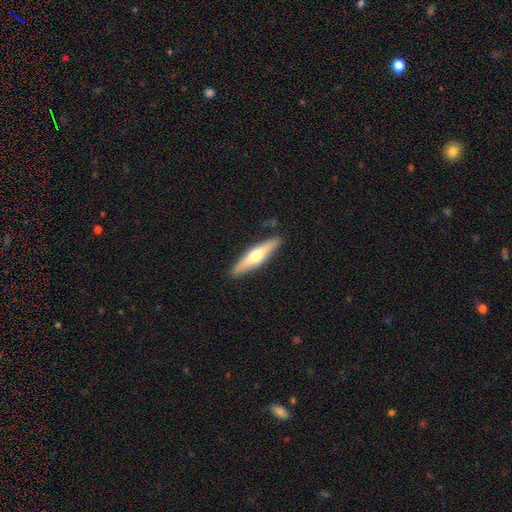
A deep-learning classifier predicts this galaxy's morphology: featured or disk 48%, smooth 46%, star or artifact 5%. Down the decision tree: merging — none (88%).